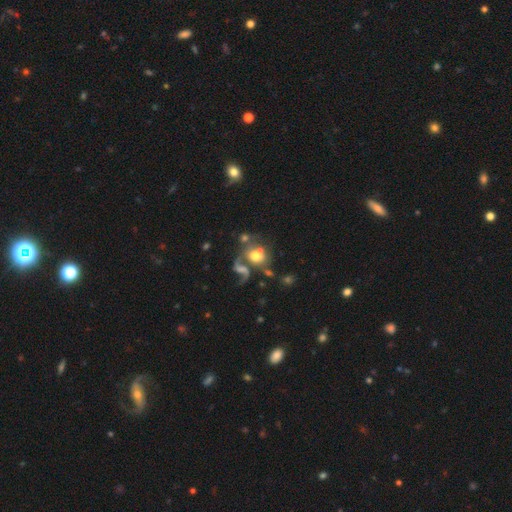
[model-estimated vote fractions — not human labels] smooth_or_featured: smooth (p=0.45) [alt: featured or disk p=0.44]
merging: none (p=0.37) [alt: merger p=0.36]